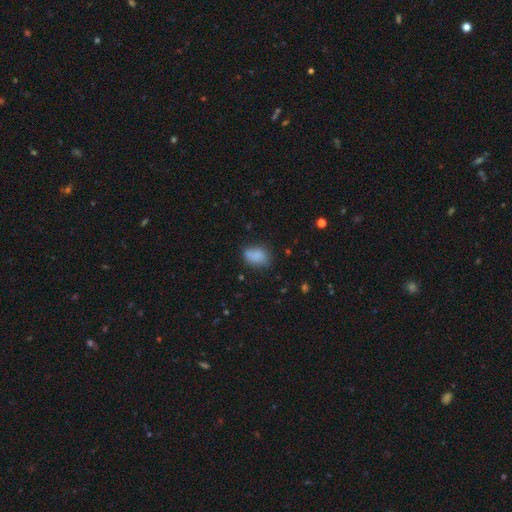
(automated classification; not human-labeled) Morphology: type=smooth (80%); roundness=in between (82%); merging=none (57%).